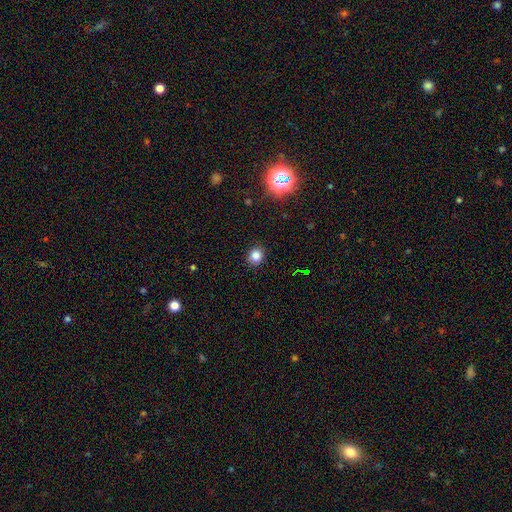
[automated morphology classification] Smooth or featured? smooth (80%)
How rounded? round (82%)
Merging? none (90%)